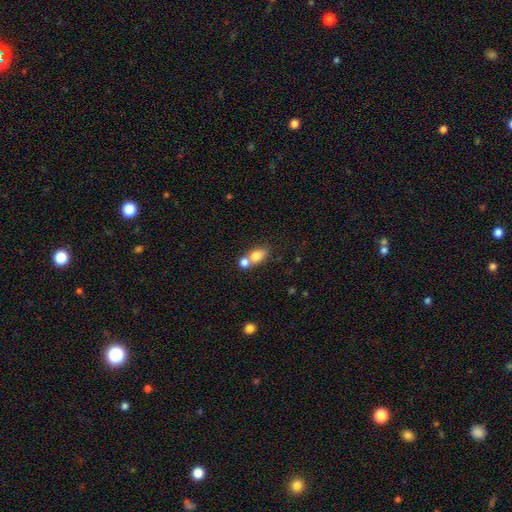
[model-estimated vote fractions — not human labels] Smooth or featured? smooth (78%)
How rounded? in between (71%)
Merging? merger (52%)